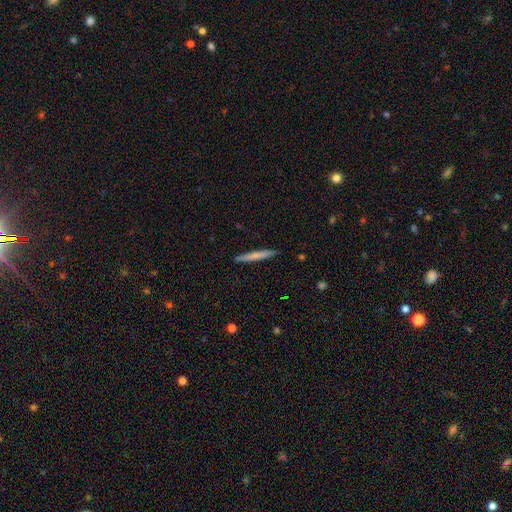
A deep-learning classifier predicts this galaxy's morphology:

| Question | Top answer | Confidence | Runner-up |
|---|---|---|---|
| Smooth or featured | smooth | 63% | featured or disk (31%) |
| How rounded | cigar-shaped | 96% | in between (2%) |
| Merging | none | 91% | minor disturbance (7%) |